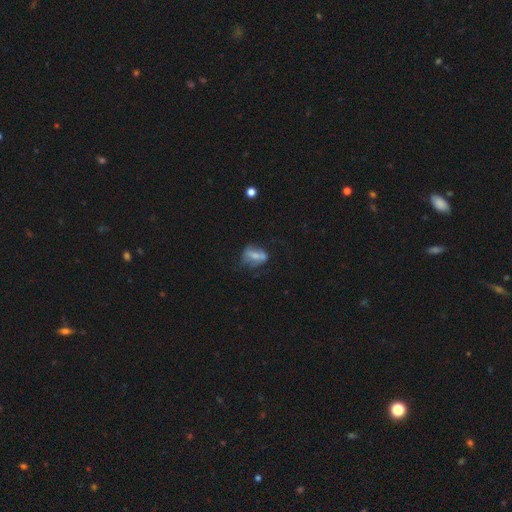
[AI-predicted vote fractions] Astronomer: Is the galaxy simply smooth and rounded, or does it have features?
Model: smooth — 49% (runner-up: featured or disk, 40%).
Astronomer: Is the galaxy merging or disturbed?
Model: none — 42% (runner-up: minor disturbance, 27%).